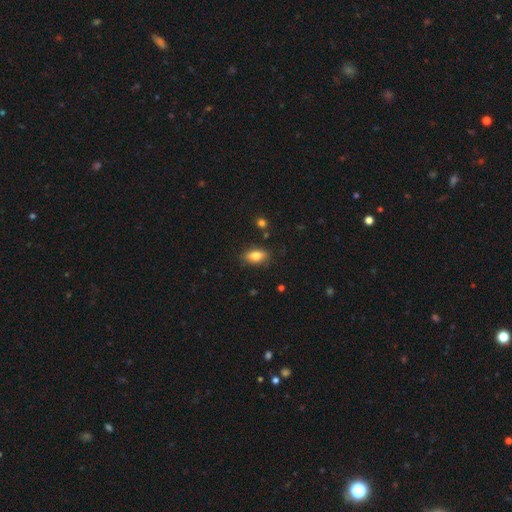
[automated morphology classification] Smooth or featured? smooth (81%)
How rounded? in between (87%)
Merging? none (83%)